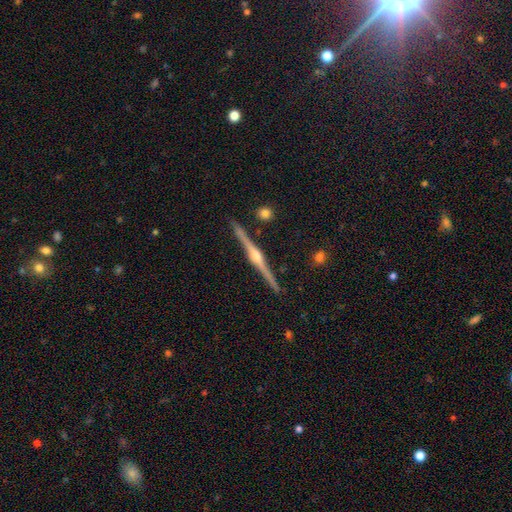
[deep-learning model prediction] Morphology: type=featured or disk (88%); edge-on=yes (99%); edge-on bulge=rounded (92%); merging=none (92%).